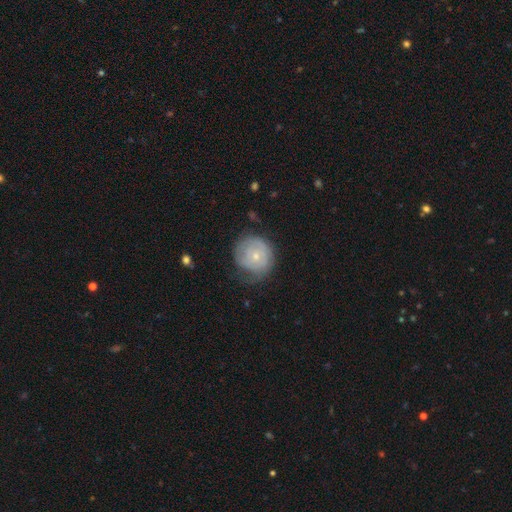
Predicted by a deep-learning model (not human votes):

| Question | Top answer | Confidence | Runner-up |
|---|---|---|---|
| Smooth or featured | featured or disk | 48% | smooth (45%) |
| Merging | none | 56% | minor disturbance (29%) |